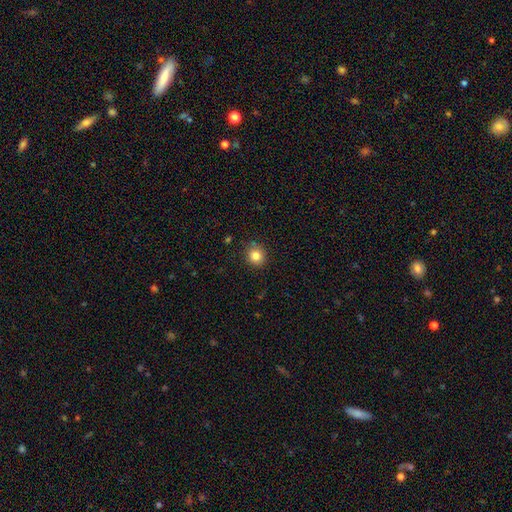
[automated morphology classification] A smooth galaxy with no disk features (83%) that is round (90%). Merging: none (85%).